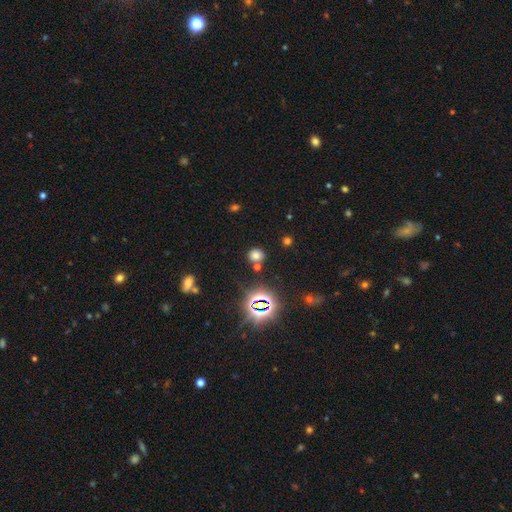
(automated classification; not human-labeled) A smooth galaxy with no disk features (63%) that is round (78%).

Vote fractions:
- Smooth or featured? smooth: 63% / star or artifact: 28% / featured or disk: 8%
- How rounded? round: 78% / in between: 21% / cigar-shaped: 1%
- Merging? none: 77% / merger: 10% / minor disturbance: 10% / major disturbance: 3%